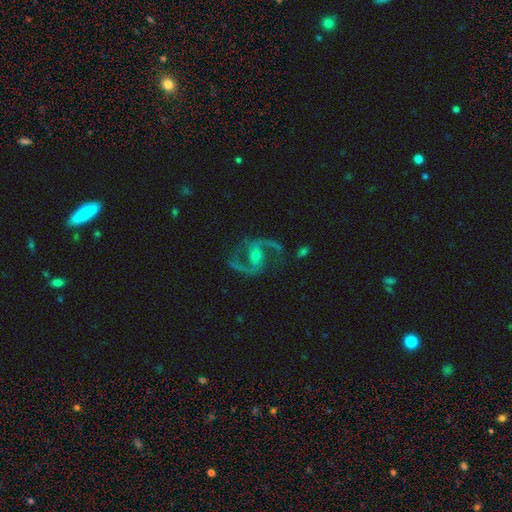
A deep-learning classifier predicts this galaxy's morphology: type=featured or disk (91%); edge-on=no (98%); bar=weak (37%); spiral arms=yes (97%); winding=medium (52%); arm count=2 (93%); bulge=small (53%); merging=none (74%).